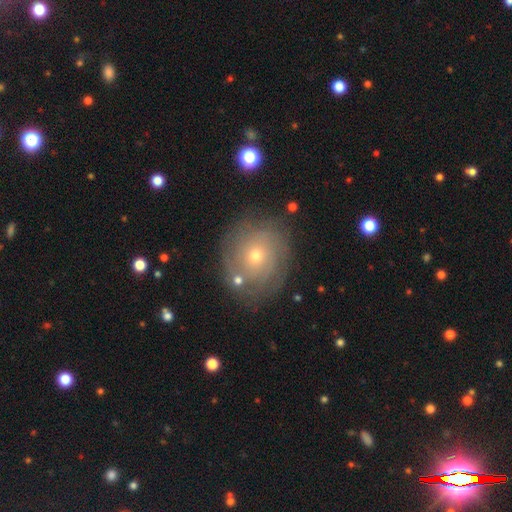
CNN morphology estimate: Q: Smooth or featured?
A: featured or disk (59%); runner-up: smooth (29%)
Q: Edge-on disk?
A: no (96%); runner-up: yes (4%)
Q: Bar?
A: no (86%); runner-up: weak (11%)
Q: Spiral arms?
A: yes (77%); runner-up: no (23%)
Q: Bulge size?
A: small (64%); runner-up: moderate (33%)
Q: Merging?
A: none (79%); runner-up: minor disturbance (13%)